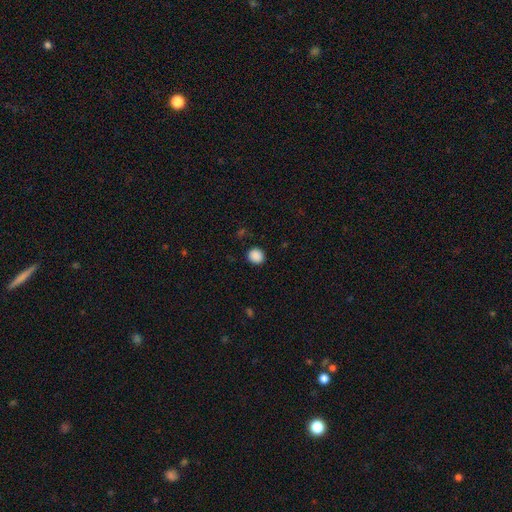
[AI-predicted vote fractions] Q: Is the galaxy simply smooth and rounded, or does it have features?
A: smooth — 88%.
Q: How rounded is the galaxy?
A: round — 80%.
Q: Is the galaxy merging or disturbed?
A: none — 89%.